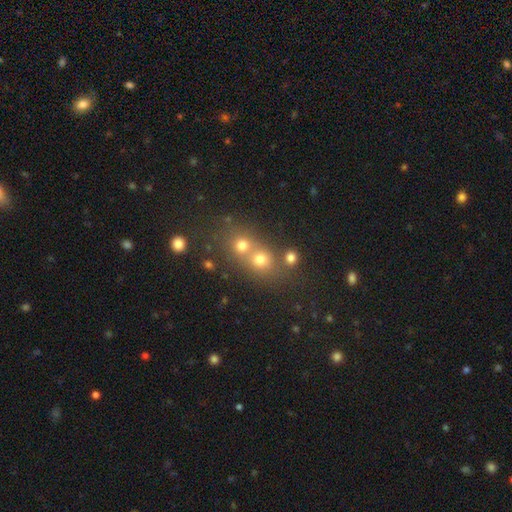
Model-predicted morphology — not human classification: smooth 53%, star or artifact 29%, featured or disk 17%. Down the decision tree: how rounded — round (77%); merging — merger (54%).